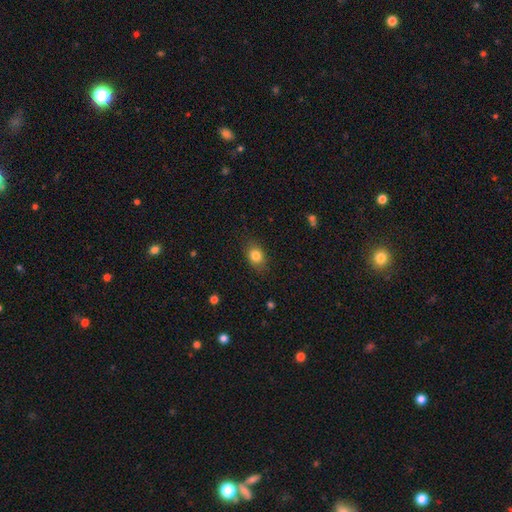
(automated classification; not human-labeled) A smooth galaxy with no disk features (83%) that is in between round and cigar-shaped (62%). Merging: none (84%).